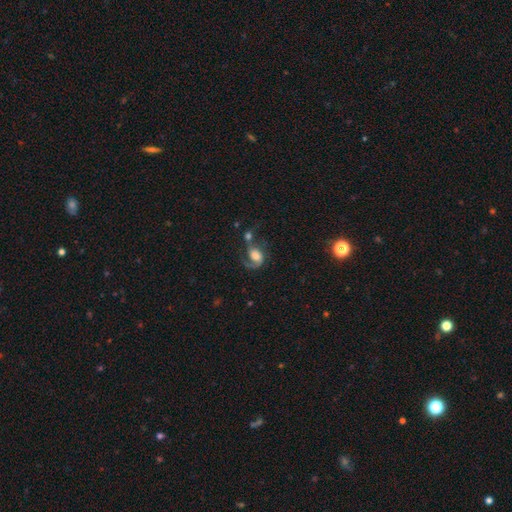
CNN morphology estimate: A featured or disk galaxy (64%) with no bar (61%), 1 (56%) loose (43%) spiral arms (89%) and a large central bulge (41%).

Vote fractions:
- Smooth or featured? featured or disk: 64% / smooth: 27% / star or artifact: 9%
- Edge-on disk? no: 97% / yes: 3%
- Bar? no: 61% / weak: 30% / strong: 9%
- Spiral arms? yes: 89% / no: 11%
- Spiral winding? loose: 43% / medium: 40% / tight: 16%
- Spiral arm count? 1: 56% / 2: 36% / can't tell: 4% / 3: 1% / 4: 1% / more than 4: 1%
- Bulge size? large: 41% / moderate: 30% / small: 12% / none: 9% / dominant: 8%
- Merging? major disturbance: 30% / none: 28% / merger: 26% / minor disturbance: 15%